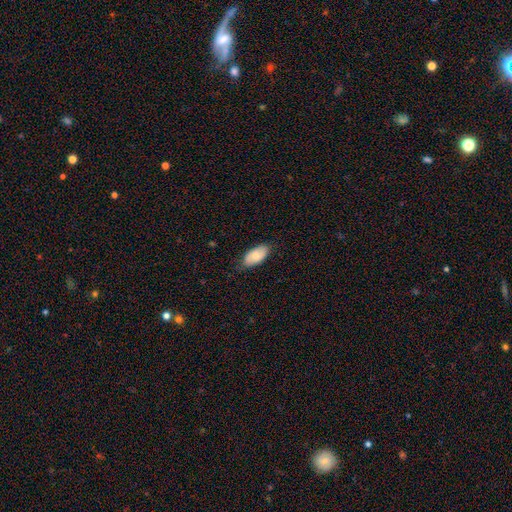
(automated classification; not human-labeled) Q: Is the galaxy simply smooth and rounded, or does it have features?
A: smooth — 80%.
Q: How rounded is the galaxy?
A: in between — 93%.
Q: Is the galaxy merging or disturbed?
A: none — 79%.